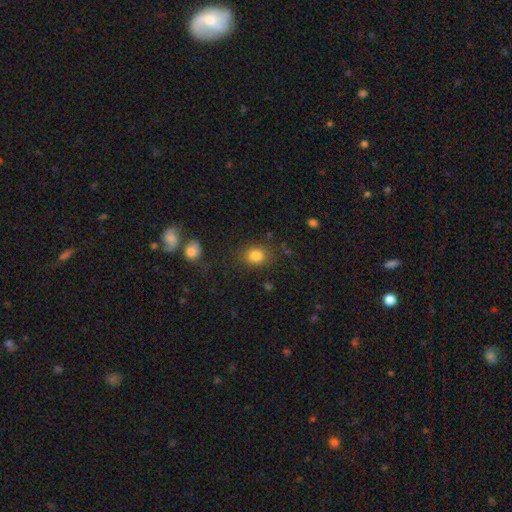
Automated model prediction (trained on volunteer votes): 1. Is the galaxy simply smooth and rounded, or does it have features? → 83% smooth, 11% star or artifact, 6% featured or disk.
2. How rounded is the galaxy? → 54% round, 45% in between, 1% cigar-shaped.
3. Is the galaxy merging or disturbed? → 81% none, 11% minor disturbance, 4% major disturbance, 3% merger.